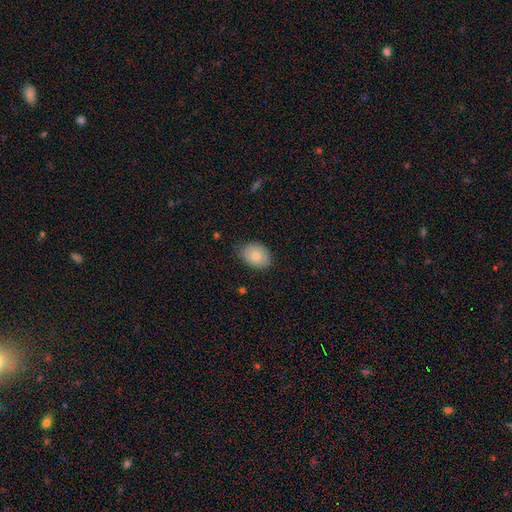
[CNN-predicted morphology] type=smooth (77%); roundness=in between (72%); merging=none (79%).